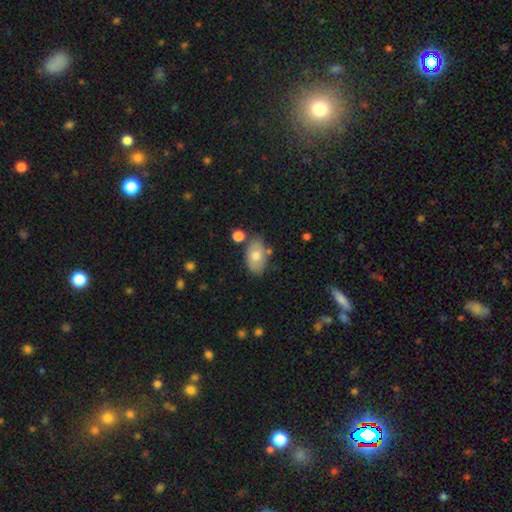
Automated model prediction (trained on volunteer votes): Q: Smooth or featured?
A: smooth (72%); runner-up: featured or disk (21%)
Q: How rounded?
A: in between (91%); runner-up: round (7%)
Q: Merging?
A: none (74%); runner-up: minor disturbance (15%)